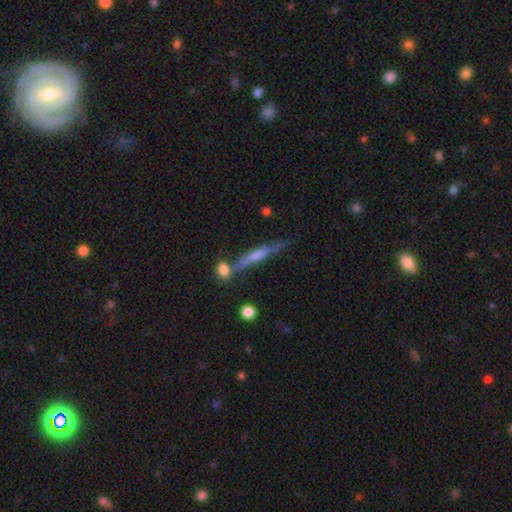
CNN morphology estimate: This appears to be a featured or disk galaxy (52%) viewed edge-on (91%). Merging: none (66%).